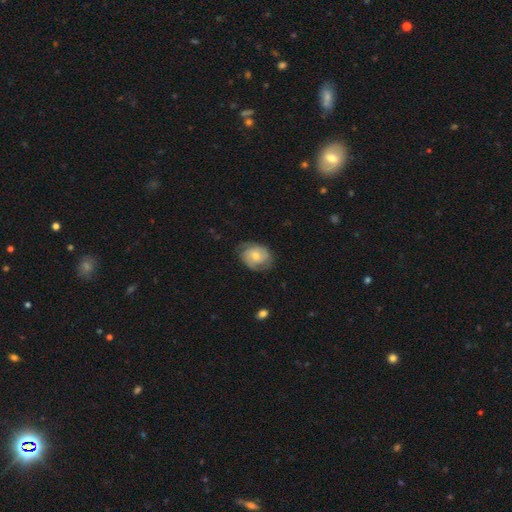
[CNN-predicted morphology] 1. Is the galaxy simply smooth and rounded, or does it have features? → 61% featured or disk, 33% smooth, 6% star or artifact.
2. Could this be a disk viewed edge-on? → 97% no, 3% yes.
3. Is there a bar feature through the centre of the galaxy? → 69% no, 27% weak, 4% strong.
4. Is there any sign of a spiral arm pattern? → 88% yes, 12% no.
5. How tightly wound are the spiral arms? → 49% tight, 38% medium, 13% loose.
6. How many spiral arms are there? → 53% 2, 24% can't tell, 14% 3, 4% 1, 3% 4, 2% more than 4.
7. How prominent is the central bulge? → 50% moderate, 44% small, 3% large, 2% none, 1% dominant.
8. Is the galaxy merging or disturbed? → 68% none, 23% minor disturbance, 8% major disturbance, 1% merger.